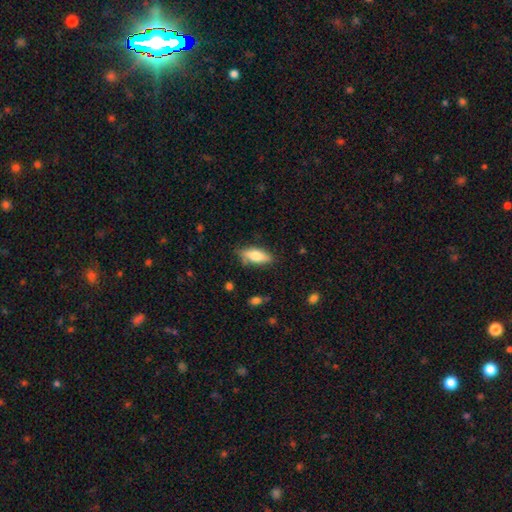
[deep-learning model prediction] Morphology: type=smooth (68%); roundness=in between (69%); merging=none (76%).